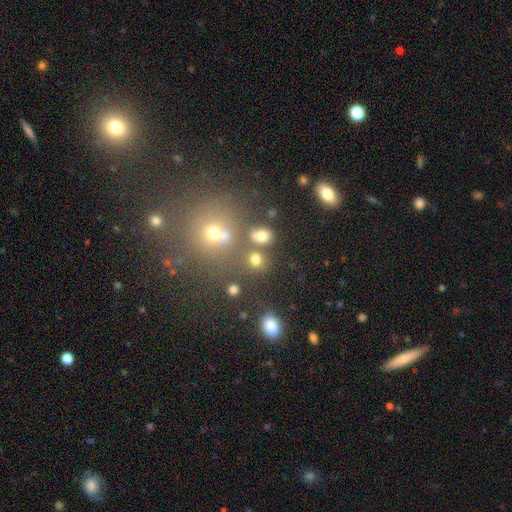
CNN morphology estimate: type=smooth (53%); roundness=round (79%); merging=none (66%).